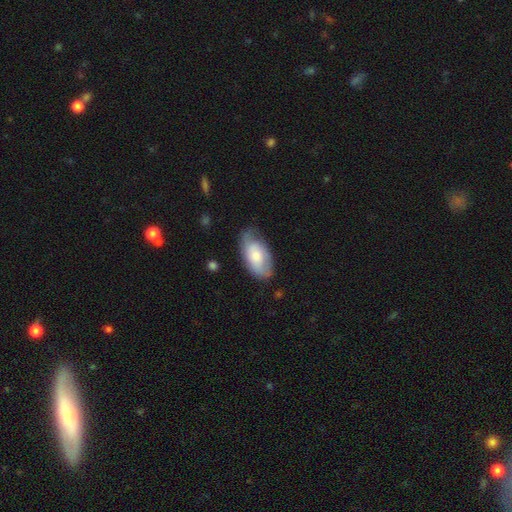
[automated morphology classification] This is likely a smooth galaxy (63%). How rounded: clearly in between (94%). Merging: likely none (61%).